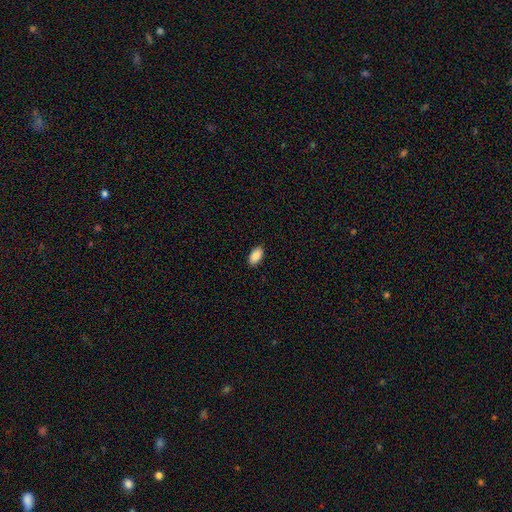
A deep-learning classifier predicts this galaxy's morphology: Overall: smooth (88%). How rounded: in between (94%). Merging: none (90%).